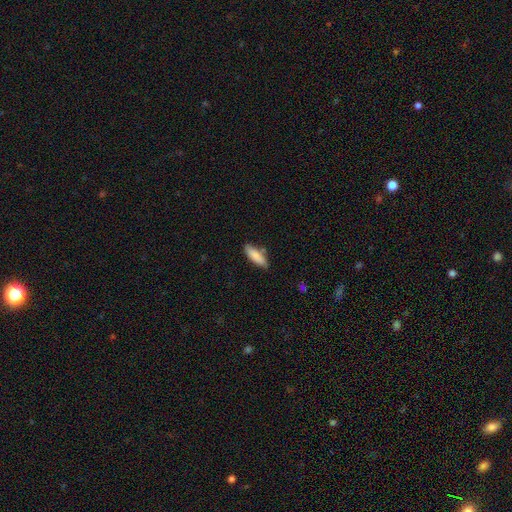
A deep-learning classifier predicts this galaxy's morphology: Q: Smooth or featured?
A: smooth (86%); runner-up: featured or disk (8%)
Q: How rounded?
A: in between (58%); runner-up: cigar-shaped (40%)
Q: Merging?
A: none (77%); runner-up: minor disturbance (16%)